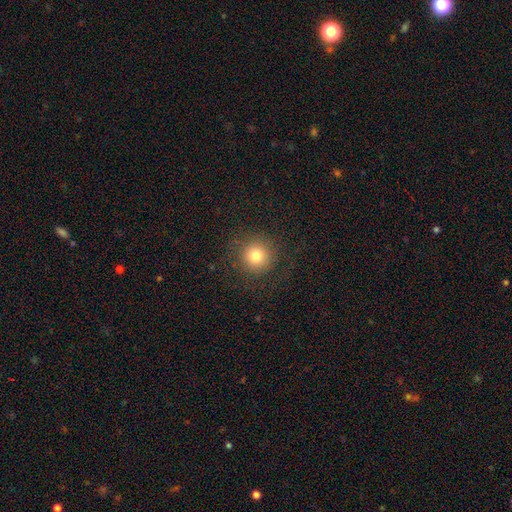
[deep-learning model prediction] This appears to be a smooth galaxy with no disk features (79%) that is round (95%). Merging: none (87%).